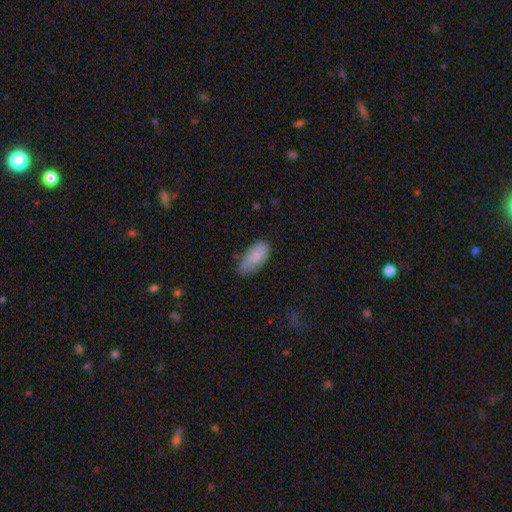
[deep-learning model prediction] The model was most divided on "merging": none: 53%, minor disturbance: 36%, major disturbance: 8%, merger: 3%. More confident: how rounded — in between (92%); smooth or featured — smooth (82%).